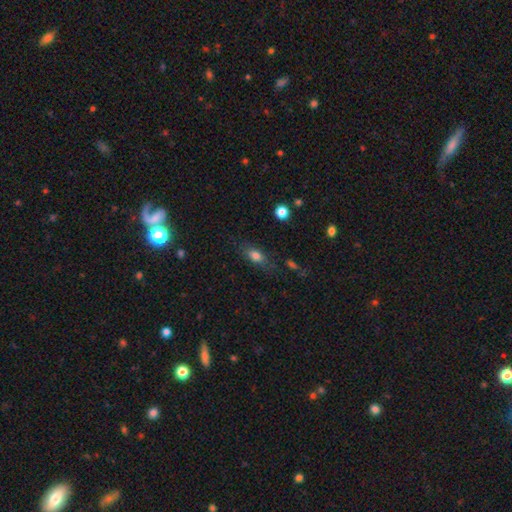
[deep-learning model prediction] A smooth galaxy with no disk features (76%) that is in between round and cigar-shaped (78%).

Vote fractions:
- Smooth or featured? smooth: 76% / featured or disk: 13% / star or artifact: 10%
- How rounded? in between: 78% / cigar-shaped: 12% / round: 10%
- Merging? none: 68% / minor disturbance: 20% / major disturbance: 9% / merger: 3%